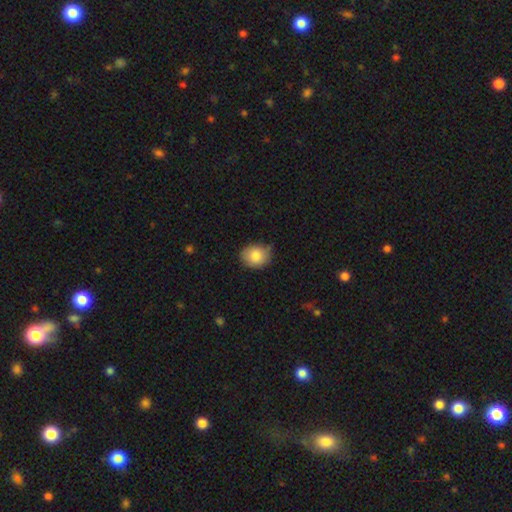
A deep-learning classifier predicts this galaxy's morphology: The model was most divided on "how rounded": round: 60%, in between: 39%, cigar-shaped: 1%. More confident: smooth or featured — smooth (83%); merging — none (70%).